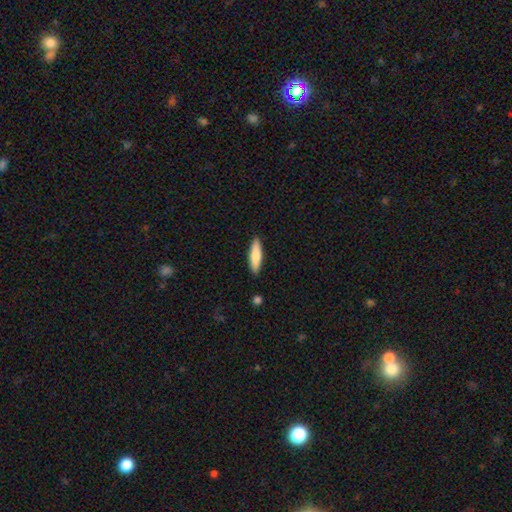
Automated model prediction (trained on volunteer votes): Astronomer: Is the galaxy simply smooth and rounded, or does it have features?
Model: smooth — 77%.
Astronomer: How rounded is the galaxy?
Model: cigar-shaped — 71%.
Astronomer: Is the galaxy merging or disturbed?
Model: none — 89%.